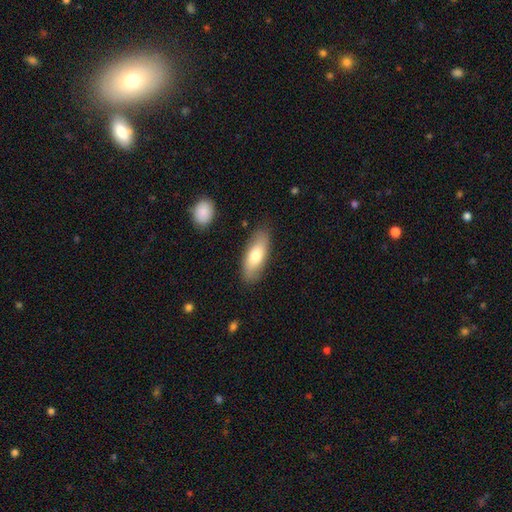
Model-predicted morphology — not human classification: Q: Smooth or featured?
A: smooth (73%); runner-up: featured or disk (21%)
Q: How rounded?
A: in between (76%); runner-up: cigar-shaped (22%)
Q: Merging?
A: none (83%); runner-up: minor disturbance (12%)